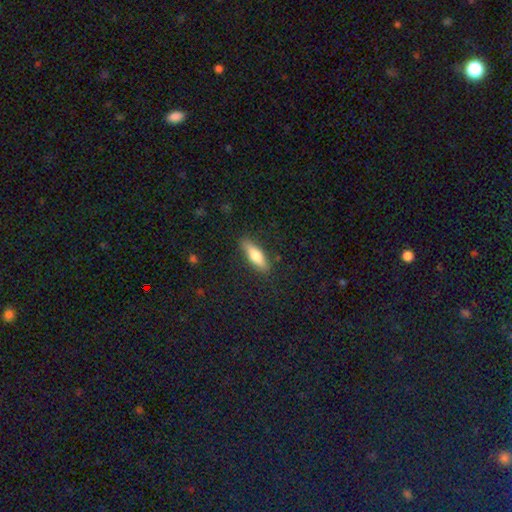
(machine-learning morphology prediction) A smooth galaxy with no disk features (70%) that is cigar-shaped (51%). Merging: none (85%).